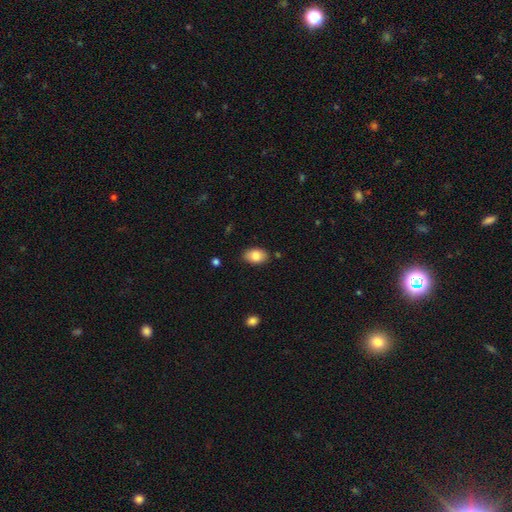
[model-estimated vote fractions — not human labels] smooth 83%, featured or disk 10%, star or artifact 7%. Down the decision tree: how rounded — in between (89%); merging — none (86%).